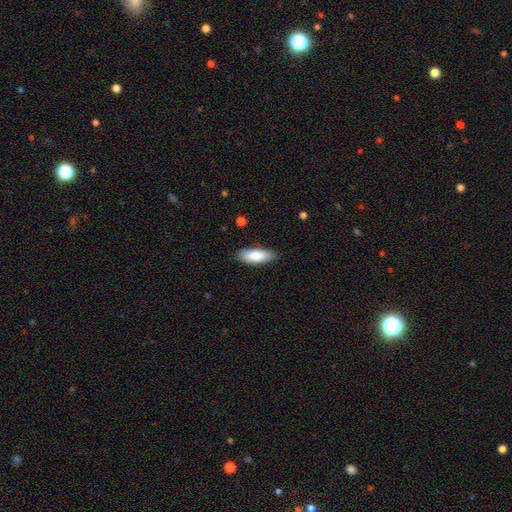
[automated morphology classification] Smooth or featured? smooth (83%)
How rounded? in between (68%)
Merging? none (85%)